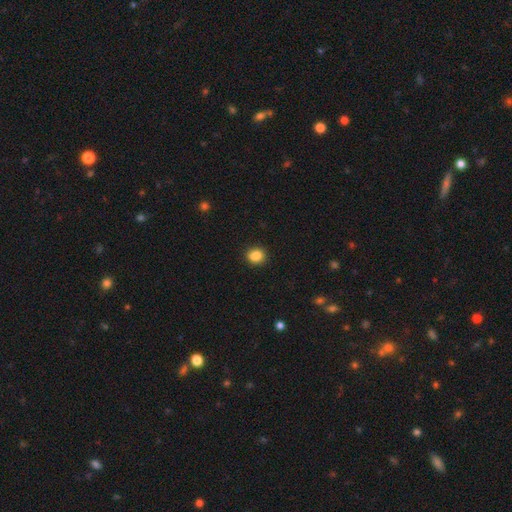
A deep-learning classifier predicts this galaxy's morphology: The model was most divided on "how rounded": round: 68%, in between: 31%, cigar-shaped: 1%. More confident: smooth or featured — smooth (85%); merging — none (80%).